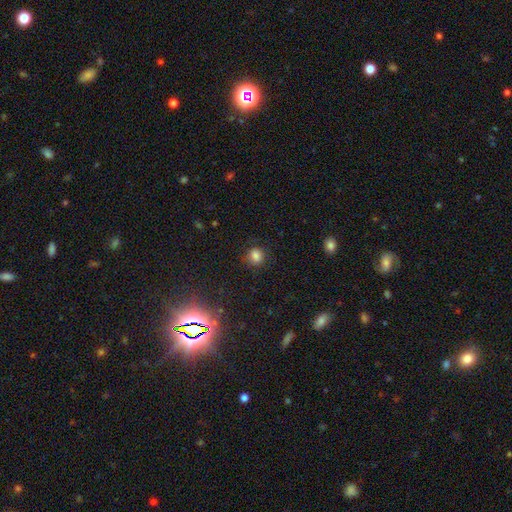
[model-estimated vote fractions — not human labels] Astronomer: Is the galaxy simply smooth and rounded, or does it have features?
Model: smooth — 79%.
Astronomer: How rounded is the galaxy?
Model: round — 75%.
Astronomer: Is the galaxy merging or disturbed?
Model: none — 81%.